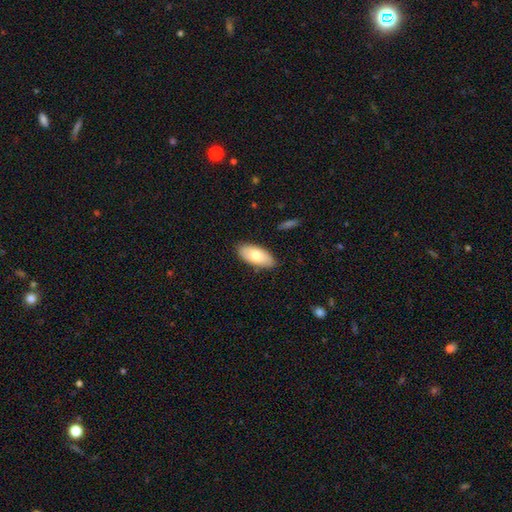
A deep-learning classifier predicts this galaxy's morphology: Smooth or featured: smooth — 73% (featured or disk — 21%)
How rounded: in between — 91% (cigar-shaped — 7%)
Merging: none — 86% (minor disturbance — 11%)